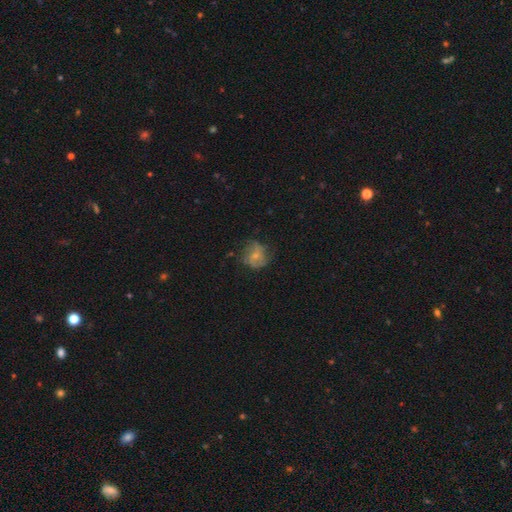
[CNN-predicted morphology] type=featured or disk (52%); edge-on=no (98%); bar=no (69%); spiral arms=yes (75%); bulge=small (61%); merging=none (58%).